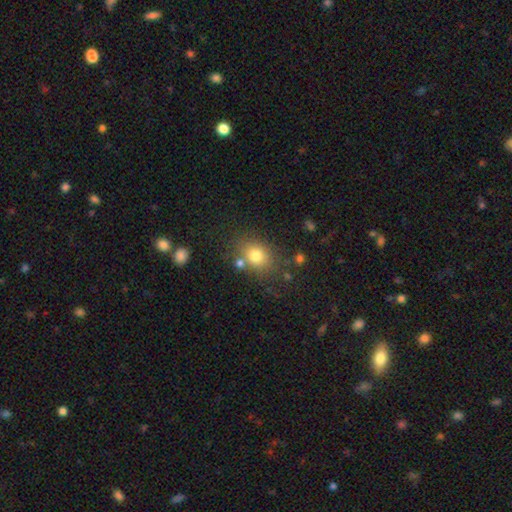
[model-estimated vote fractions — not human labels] This is likely a smooth galaxy (77%). How rounded: possibly round (52%). Merging: likely none (70%).